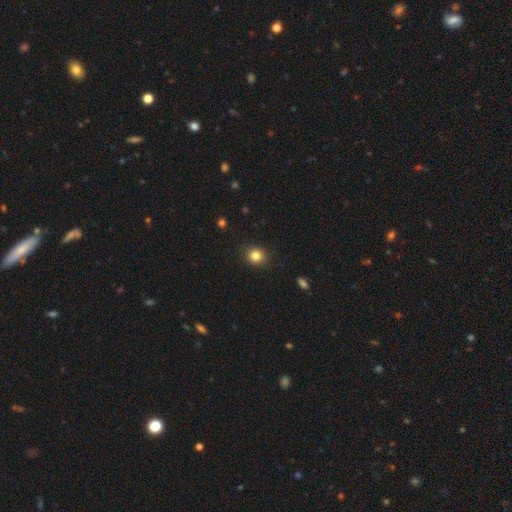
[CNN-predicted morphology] A smooth galaxy with no disk features (84%) that is round (83%). Merging: none (89%).